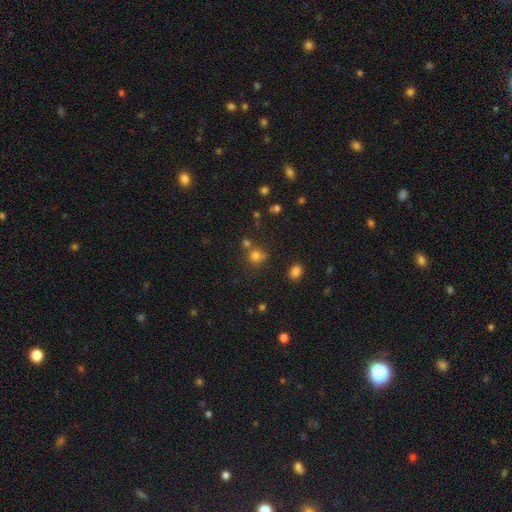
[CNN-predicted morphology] This is likely a smooth galaxy (75%). How rounded: clearly round (82%). Merging: likely none (60%).